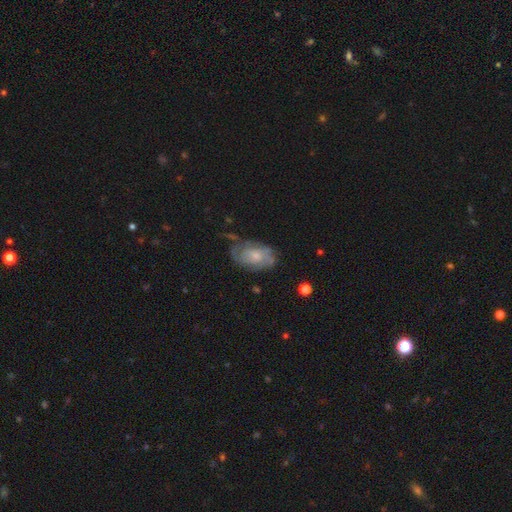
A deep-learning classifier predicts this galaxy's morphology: Smooth or featured? Predicted: featured or disk (p=0.57). Edge-on disk? Predicted: no (p=0.95). Bar? Predicted: no (p=0.76). Spiral arms? Predicted: yes (p=0.68). Bulge size? Predicted: small (p=0.44). Merging? Predicted: none (p=0.49).